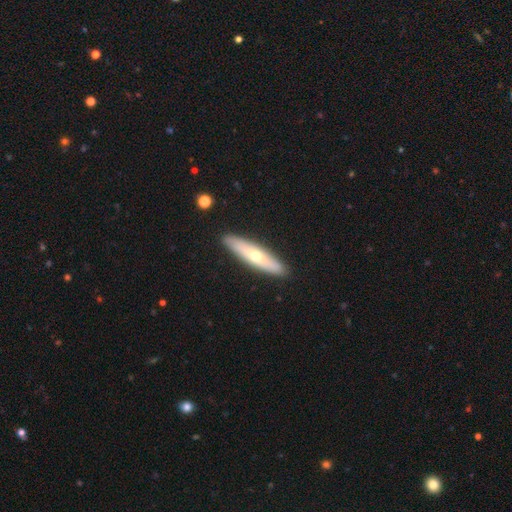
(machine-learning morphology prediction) smooth_or_featured: smooth (p=0.47) [tied with: featured or disk p=0.47]
merging: none (p=0.90) [alt: minor disturbance p=0.07]